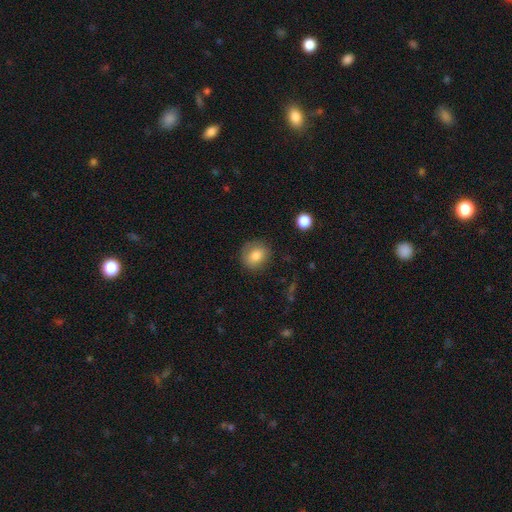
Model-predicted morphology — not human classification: type=smooth (81%); roundness=round (75%); merging=none (82%).